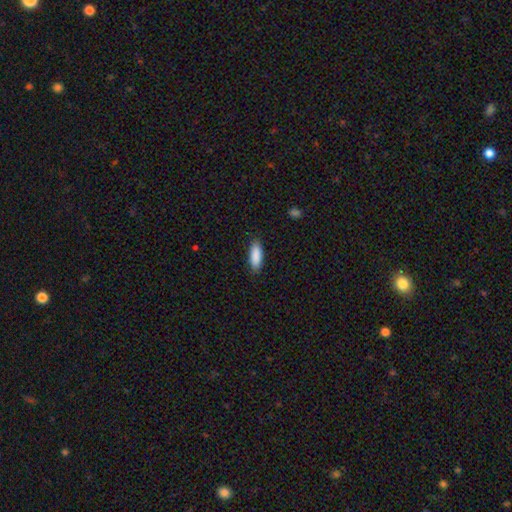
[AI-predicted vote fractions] smooth_or_featured: smooth (p=0.90) [alt: star or artifact p=0.06]
how_rounded: in between (p=0.68) [alt: cigar-shaped p=0.30]
merging: none (p=0.88) [alt: minor disturbance p=0.09]